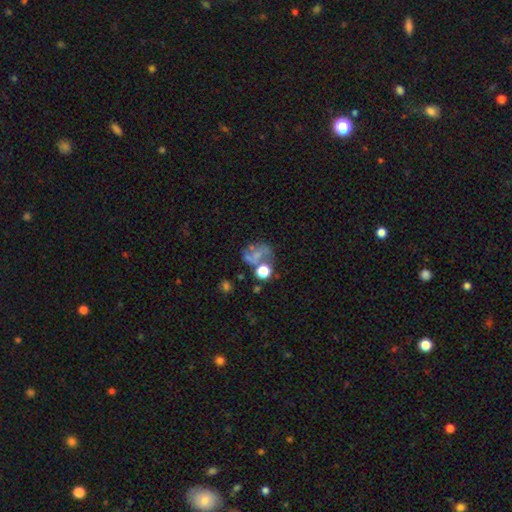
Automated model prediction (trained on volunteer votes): Smooth or featured? smooth (40%)
Merging? none (32%)